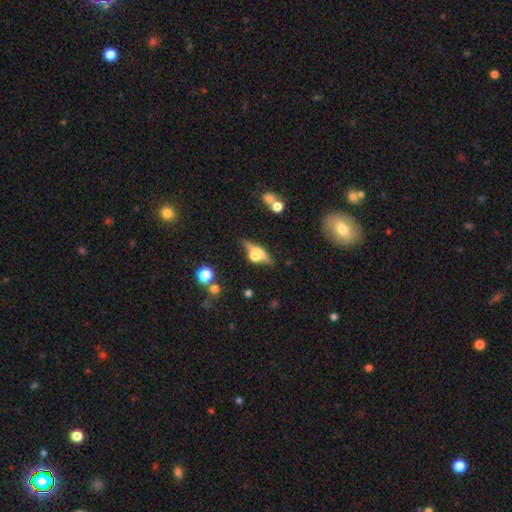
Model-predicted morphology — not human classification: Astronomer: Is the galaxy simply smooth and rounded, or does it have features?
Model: featured or disk — 62%.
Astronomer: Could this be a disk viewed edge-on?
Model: yes — 86%.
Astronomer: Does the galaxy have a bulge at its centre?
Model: rounded — 90%.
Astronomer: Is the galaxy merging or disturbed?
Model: none — 61%.